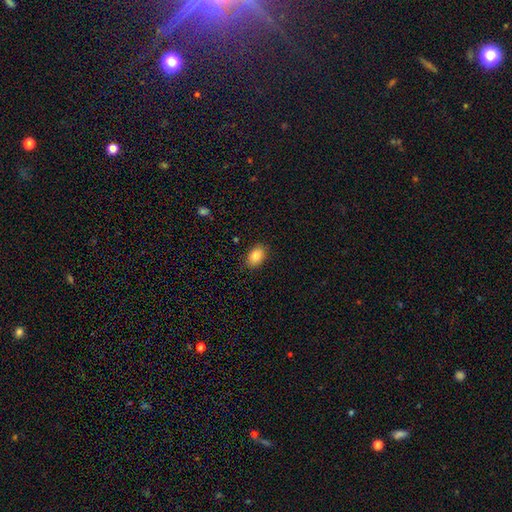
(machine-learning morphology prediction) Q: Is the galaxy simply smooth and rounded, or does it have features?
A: smooth — 84%.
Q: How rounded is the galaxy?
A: in between — 85%.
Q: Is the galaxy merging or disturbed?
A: none — 87%.